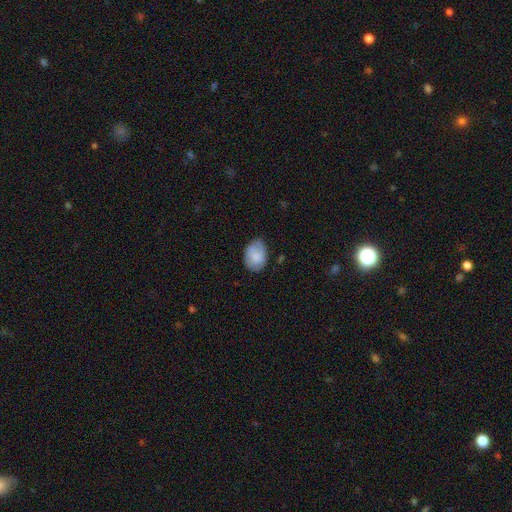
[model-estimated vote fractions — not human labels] This appears to be a smooth galaxy with no disk features (71%) that is in between round and cigar-shaped (75%). Merging: none (63%).